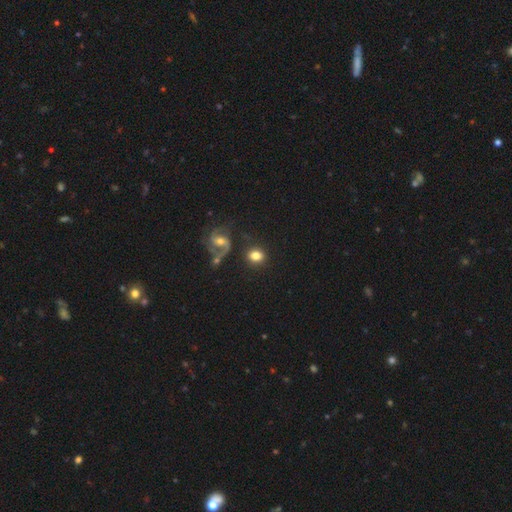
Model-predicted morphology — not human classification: A smooth galaxy with no disk features (74%) that is round (66%). Merging: none (76%).